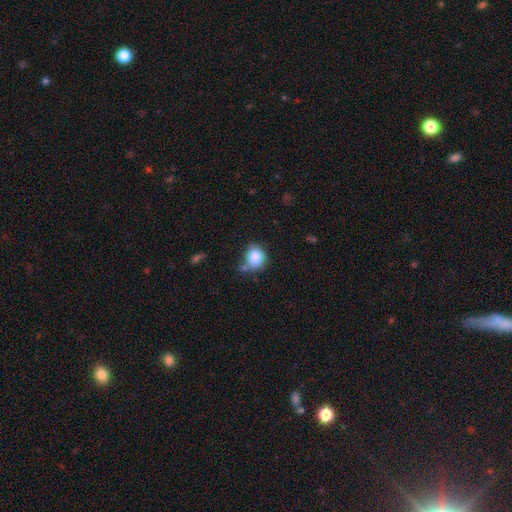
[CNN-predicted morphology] Smooth or featured? Predicted: smooth (p=0.84). How rounded? Predicted: round (p=0.72). Merging? Predicted: none (p=0.63).